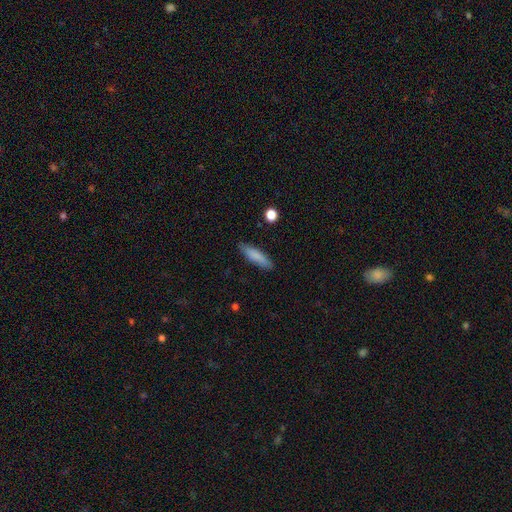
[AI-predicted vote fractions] Smooth or featured? Predicted: smooth (p=0.82). How rounded? Predicted: cigar-shaped (p=0.72). Merging? Predicted: none (p=0.86).